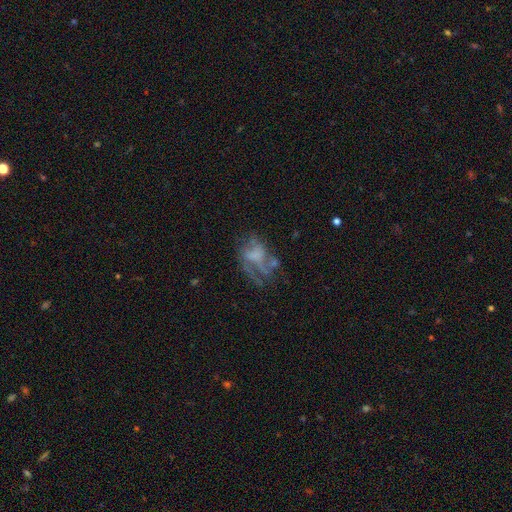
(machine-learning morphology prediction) Smooth or featured: featured or disk — 57% (smooth — 30%)
Edge-on disk: no — 97% (yes — 3%)
Bar: no — 76% (weak — 19%)
Spiral arms: no — 60% (yes — 40%)
Bulge size: none — 61% (moderate — 16%)
Merging: major disturbance — 41% (none — 32%)